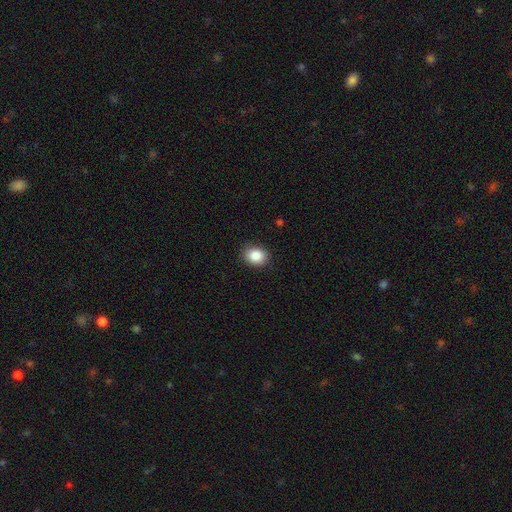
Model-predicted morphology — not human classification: Smooth or featured? Predicted: smooth (p=0.87). How rounded? Predicted: round (p=0.52). Merging? Predicted: none (p=0.87).